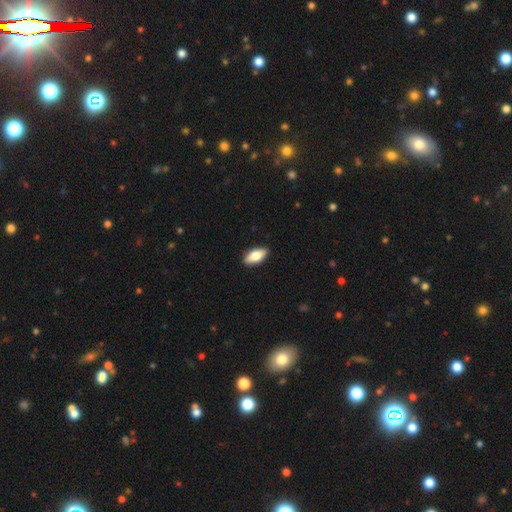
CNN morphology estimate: smooth_or_featured: smooth (p=0.78) [alt: featured or disk p=0.16]
how_rounded: in between (p=0.85) [alt: cigar-shaped p=0.12]
merging: none (p=0.89) [alt: minor disturbance p=0.08]